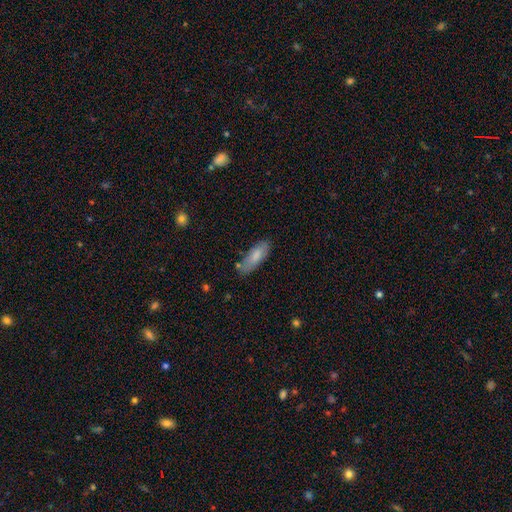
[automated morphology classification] Smooth or featured? Predicted: smooth (p=0.80). How rounded? Predicted: in between (p=0.70). Merging? Predicted: none (p=0.71).